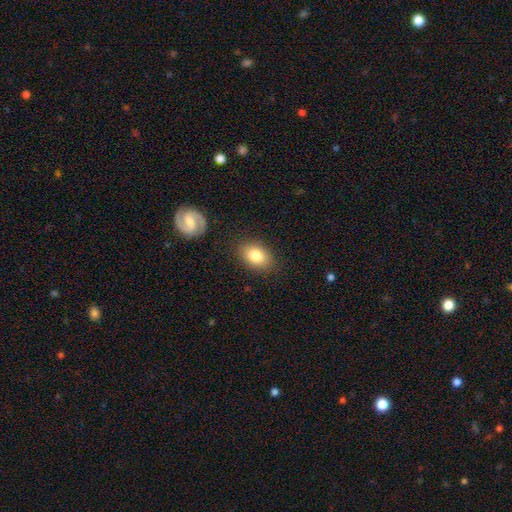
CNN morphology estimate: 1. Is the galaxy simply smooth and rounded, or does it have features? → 81% smooth, 11% featured or disk, 8% star or artifact.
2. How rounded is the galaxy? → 78% in between, 21% round, 1% cigar-shaped.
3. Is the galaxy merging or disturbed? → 85% none, 11% minor disturbance, 3% major disturbance, 2% merger.